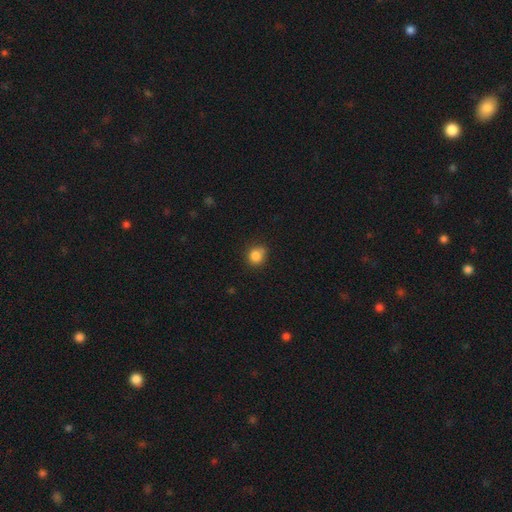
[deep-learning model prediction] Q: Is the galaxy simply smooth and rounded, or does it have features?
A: smooth — 83%.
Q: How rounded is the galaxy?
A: round — 79%.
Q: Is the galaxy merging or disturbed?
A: none — 66%.